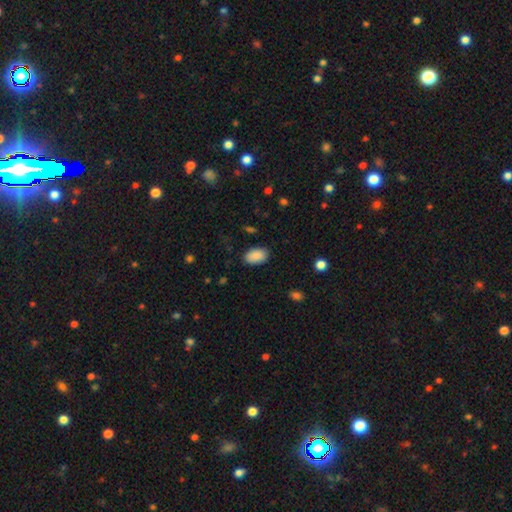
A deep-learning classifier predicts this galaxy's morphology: smooth_or_featured: smooth (p=0.90) [alt: star or artifact p=0.07]
how_rounded: in between (p=0.92) [alt: round p=0.07]
merging: none (p=0.87) [alt: minor disturbance p=0.10]